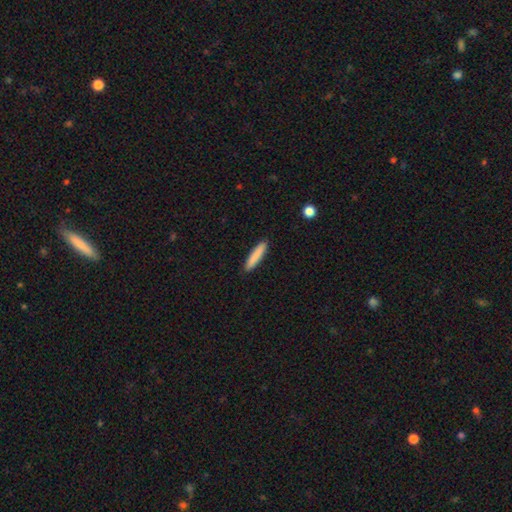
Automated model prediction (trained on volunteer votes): smooth 85%, featured or disk 9%, star or artifact 6%. Down the decision tree: how rounded — cigar-shaped (90%); merging — none (91%).